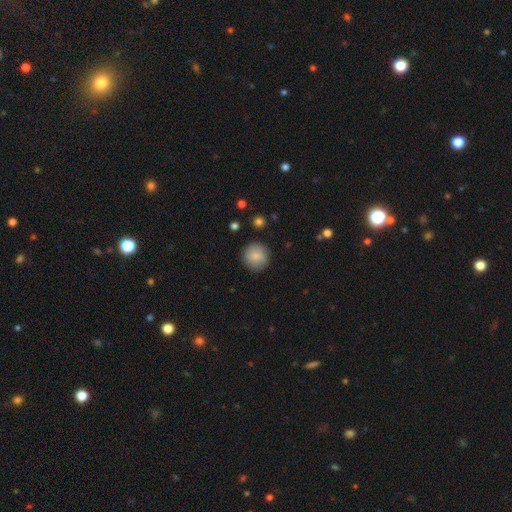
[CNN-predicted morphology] This is clearly a smooth galaxy (86%). How rounded: clearly round (94%). Merging: clearly none (89%).